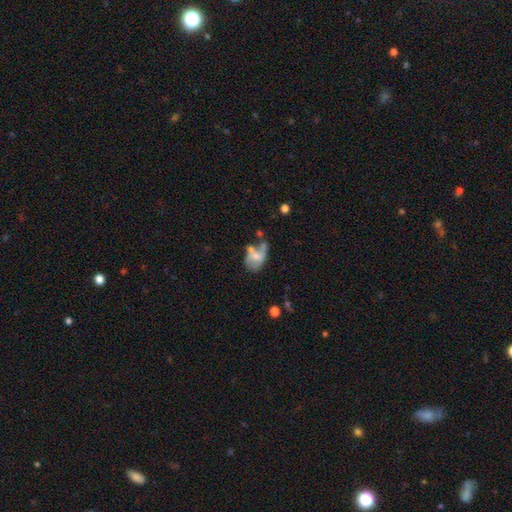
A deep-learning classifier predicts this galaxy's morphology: Overall: smooth (47%; featured or disk 42%). Merging: merger (30%; major disturbance 27%).